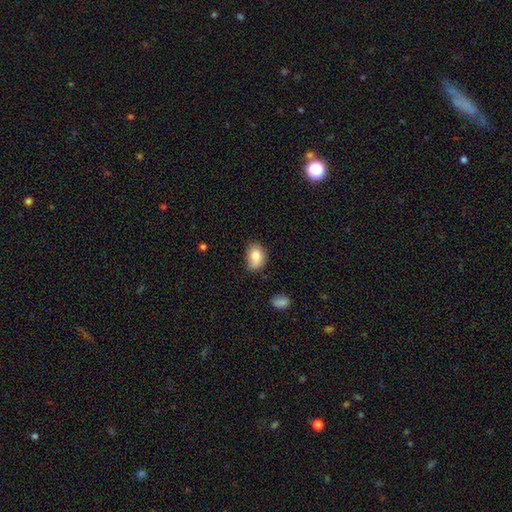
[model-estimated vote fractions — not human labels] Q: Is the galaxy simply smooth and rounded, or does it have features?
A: smooth — 81%.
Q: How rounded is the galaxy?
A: in between — 70%.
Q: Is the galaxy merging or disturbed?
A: none — 59%.